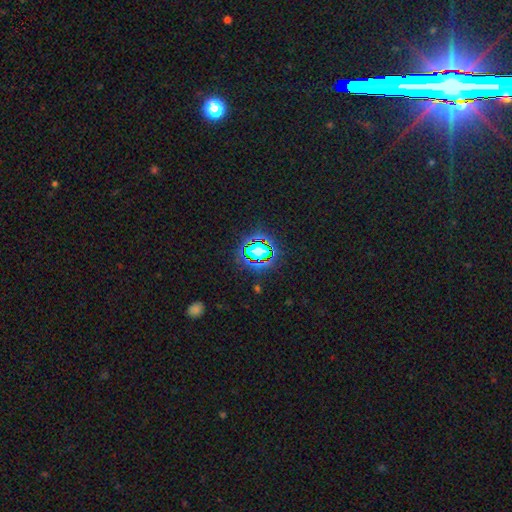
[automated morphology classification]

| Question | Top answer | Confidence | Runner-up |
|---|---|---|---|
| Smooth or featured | star or artifact | 75% | smooth (15%) |